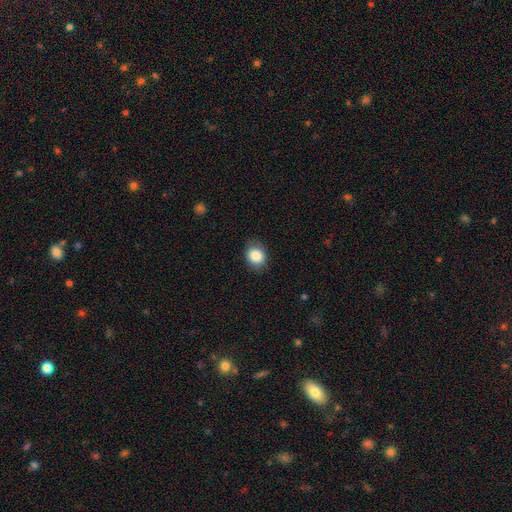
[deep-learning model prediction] Smooth or featured: smooth — 86% (star or artifact — 8%)
How rounded: in between — 53% (round — 46%)
Merging: none — 81% (minor disturbance — 14%)